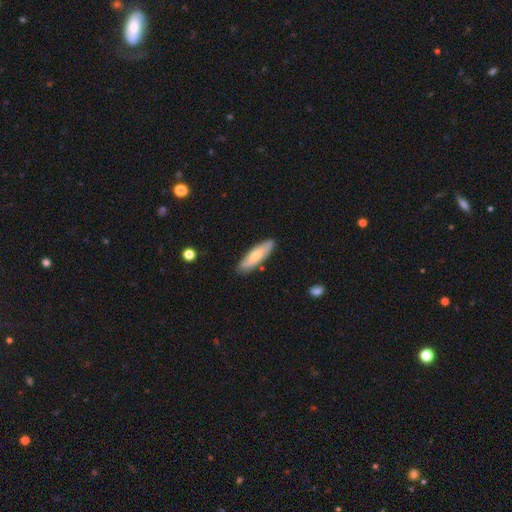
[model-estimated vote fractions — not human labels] This appears to be a smooth galaxy with no disk features (64%) that is cigar-shaped (58%). Merging: none (84%).